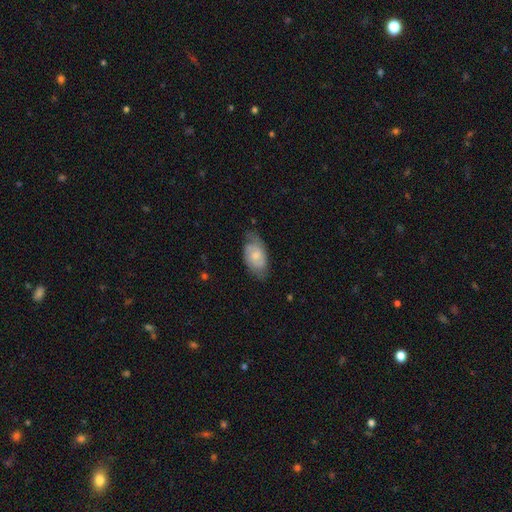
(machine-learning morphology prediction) This appears to be a featured or disk galaxy (53%). Merging: none (64%).